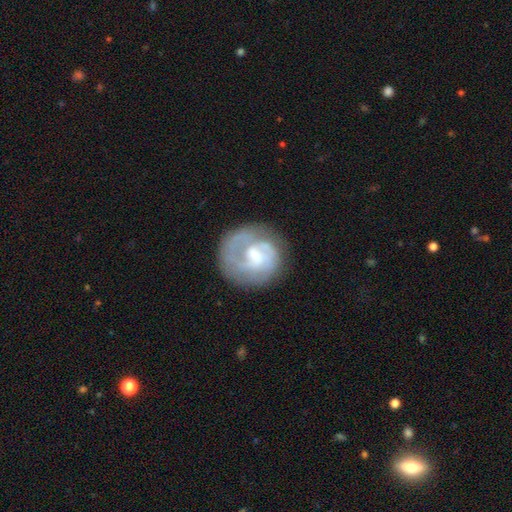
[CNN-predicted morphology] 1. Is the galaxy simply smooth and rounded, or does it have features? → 69% featured or disk, 24% smooth, 6% star or artifact.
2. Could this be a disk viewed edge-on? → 98% no, 2% yes.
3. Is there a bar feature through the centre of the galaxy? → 50% weak, 38% no, 12% strong.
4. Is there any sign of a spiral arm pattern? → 82% yes, 18% no.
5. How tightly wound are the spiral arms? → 48% tight, 35% medium, 17% loose.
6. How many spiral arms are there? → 37% 2, 28% can't tell, 23% 1, 8% 3, 2% 4, 2% more than 4.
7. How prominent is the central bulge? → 47% moderate, 37% small, 7% none, 7% large, 1% dominant.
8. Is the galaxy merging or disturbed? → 68% none, 18% minor disturbance, 12% major disturbance, 2% merger.